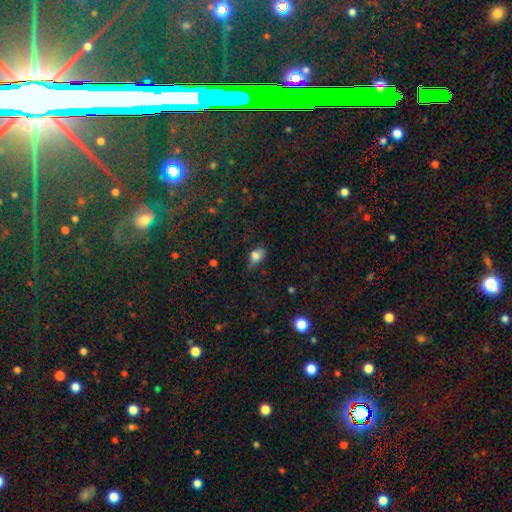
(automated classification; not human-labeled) Smooth or featured?
  - smooth: 80% *
  - star or artifact: 12%
  - featured or disk: 9%
How rounded?
  - in between: 80% *
  - round: 17%
  - cigar-shaped: 3%
Merging?
  - none: 59% *
  - minor disturbance: 30%
  - major disturbance: 8%
  - merger: 2%